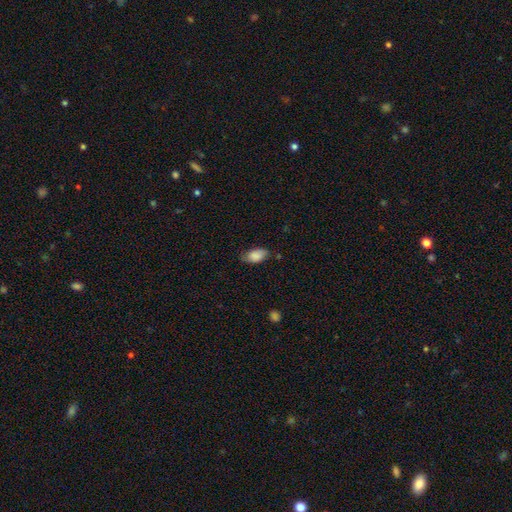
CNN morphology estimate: Smooth or featured? smooth (85%)
How rounded? in between (93%)
Merging? none (68%)